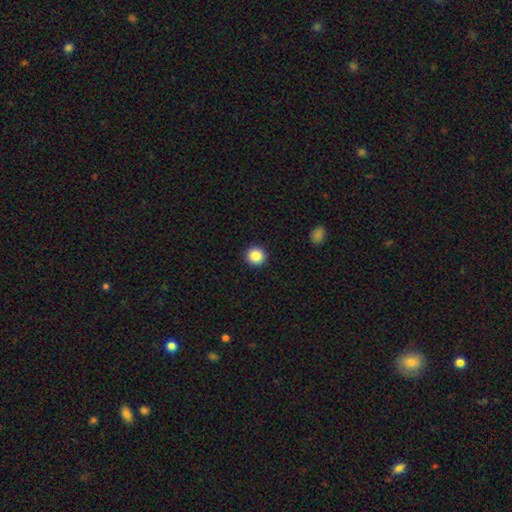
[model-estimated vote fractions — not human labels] smooth_or_featured: smooth (p=0.87) [alt: star or artifact p=0.09]
how_rounded: round (p=0.94) [alt: in between p=0.05]
merging: none (p=0.93) [alt: minor disturbance p=0.04]